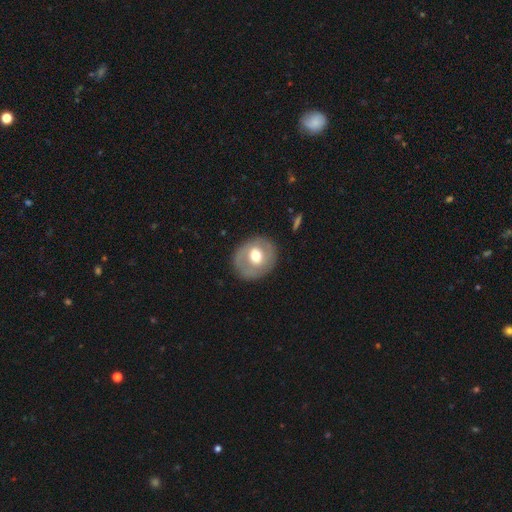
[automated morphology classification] type=featured or disk (47%, tied with smooth); merging=none (81%).